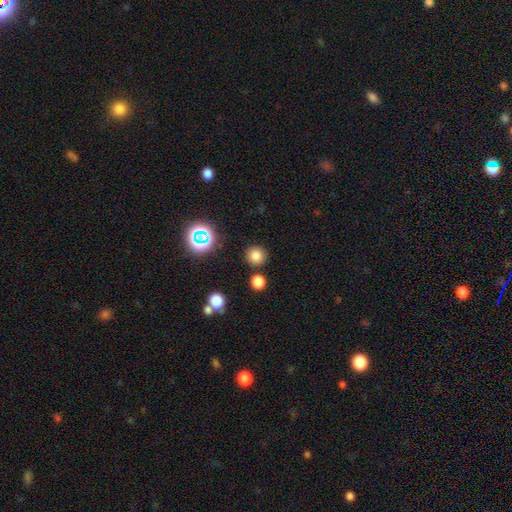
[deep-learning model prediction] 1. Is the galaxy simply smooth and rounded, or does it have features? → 78% smooth, 17% star or artifact, 5% featured or disk.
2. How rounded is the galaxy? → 92% round, 7% in between, 1% cigar-shaped.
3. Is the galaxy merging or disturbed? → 87% none, 6% minor disturbance, 4% merger, 3% major disturbance.